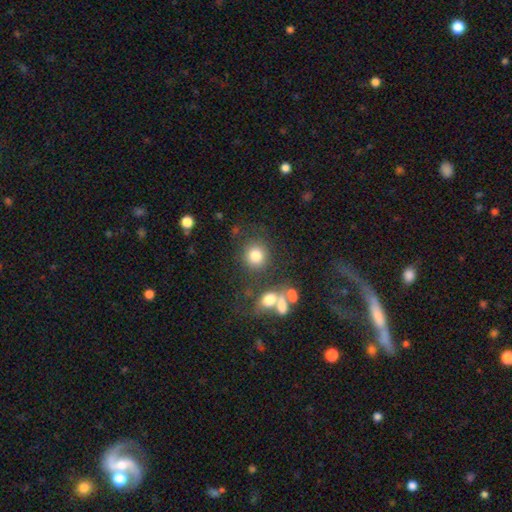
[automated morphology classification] type=smooth (79%); roundness=round (86%); merging=none (72%).